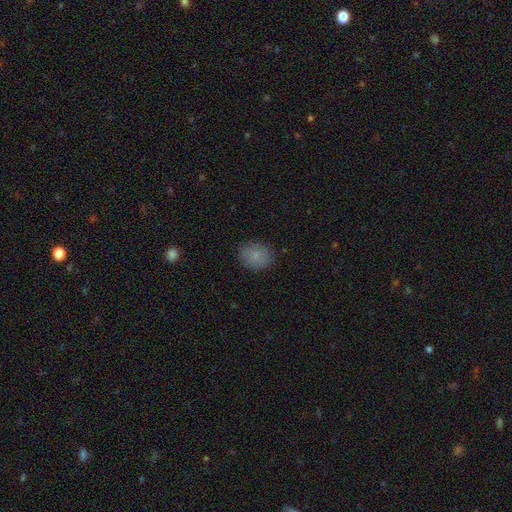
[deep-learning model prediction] Smooth or featured?
  - smooth: 83% *
  - star or artifact: 10%
  - featured or disk: 7%
How rounded?
  - round: 56% *
  - in between: 43%
  - cigar-shaped: 1%
Merging?
  - none: 86% *
  - minor disturbance: 11%
  - major disturbance: 3%
  - merger: 1%